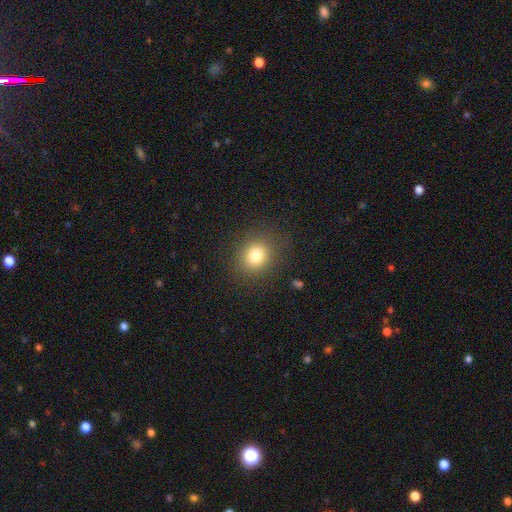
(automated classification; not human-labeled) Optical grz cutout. It shows a smooth galaxy with no disk features (79%) that is round (75%). Merging: none (86%).